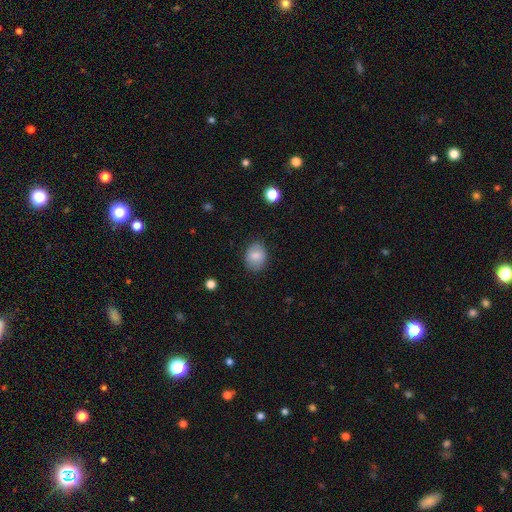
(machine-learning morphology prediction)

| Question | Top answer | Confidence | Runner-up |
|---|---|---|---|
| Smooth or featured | smooth | 80% | featured or disk (12%) |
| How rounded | in between | 63% | round (36%) |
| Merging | none | 81% | minor disturbance (14%) |